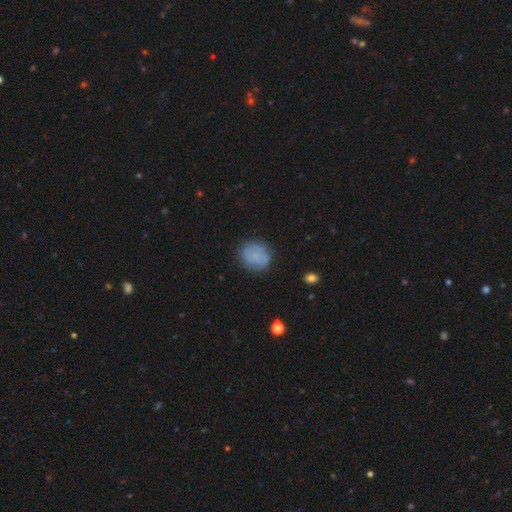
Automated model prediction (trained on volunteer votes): Q: Smooth or featured?
A: smooth (69%); runner-up: featured or disk (22%)
Q: How rounded?
A: round (76%); runner-up: in between (23%)
Q: Merging?
A: none (76%); runner-up: minor disturbance (17%)